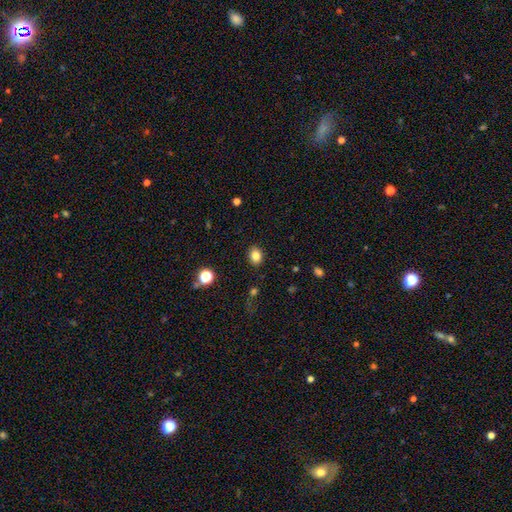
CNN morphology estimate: A smooth galaxy with no disk features (83%) that is in between round and cigar-shaped (53%). Merging: none (88%).